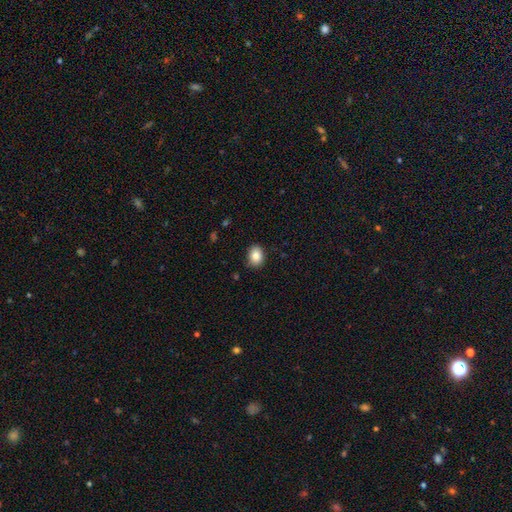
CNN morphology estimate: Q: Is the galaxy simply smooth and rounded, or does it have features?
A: smooth — 85%.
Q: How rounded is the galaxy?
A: in between — 62%.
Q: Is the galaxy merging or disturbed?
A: none — 87%.